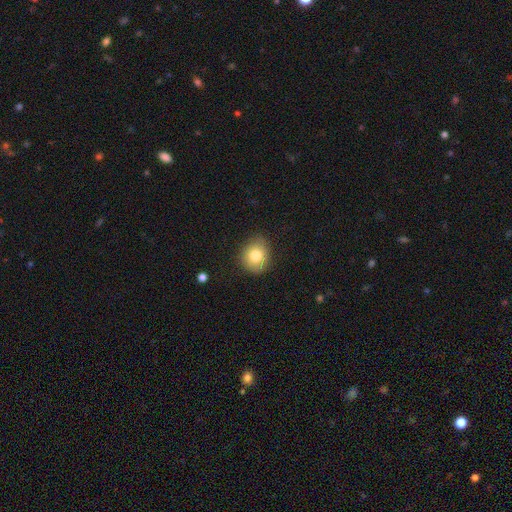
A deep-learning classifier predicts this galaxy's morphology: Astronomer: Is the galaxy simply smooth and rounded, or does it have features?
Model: smooth — 80%.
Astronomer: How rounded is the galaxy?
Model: round — 67%.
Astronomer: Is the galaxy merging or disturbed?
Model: none — 78%.